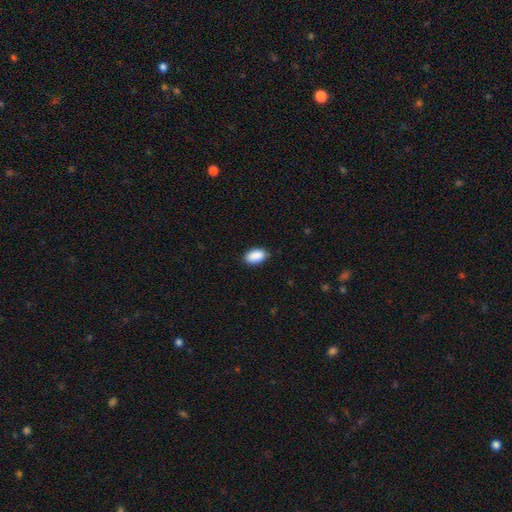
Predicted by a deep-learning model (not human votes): This appears to be a smooth galaxy with no disk features (91%) that is in between round and cigar-shaped (93%). Merging: none (86%).